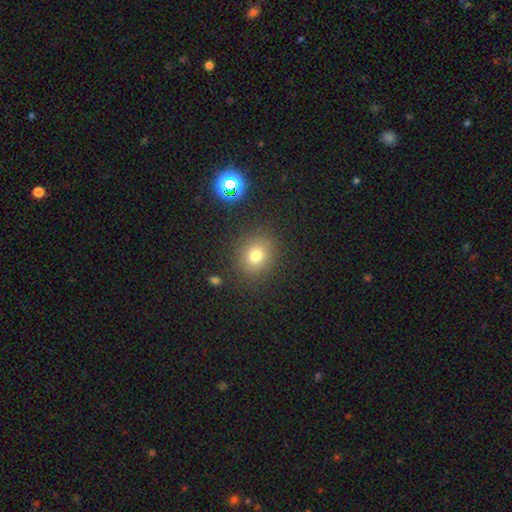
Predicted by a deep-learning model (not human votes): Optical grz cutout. It shows a smooth galaxy with no disk features (75%) that is round (77%). Merging: none (86%).